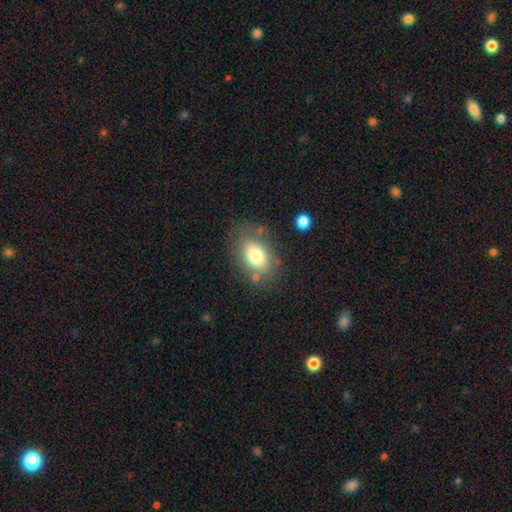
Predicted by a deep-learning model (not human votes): smooth-or-featured: smooth: 74% | featured or disk: 16% | star or artifact: 10%
  how-rounded: in between: 74% | round: 25% | cigar-shaped: 1%
  merging: none: 72% | minor disturbance: 16% | major disturbance: 7% | merger: 5%